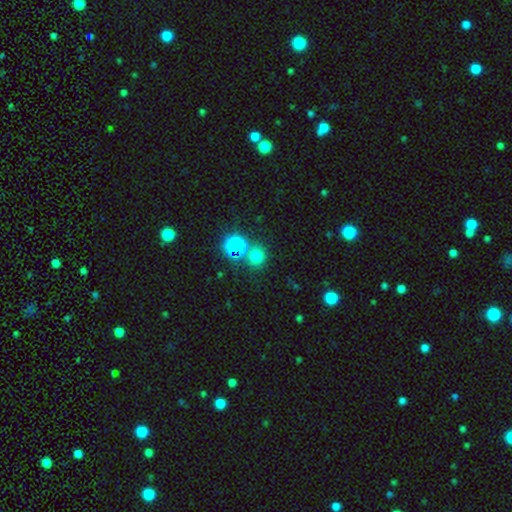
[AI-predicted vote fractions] smooth-or-featured: smooth: 70% | star or artifact: 24% | featured or disk: 6%
  how-rounded: round: 87% | in between: 12% | cigar-shaped: 1%
  merging: none: 73% | merger: 16% | minor disturbance: 8% | major disturbance: 3%